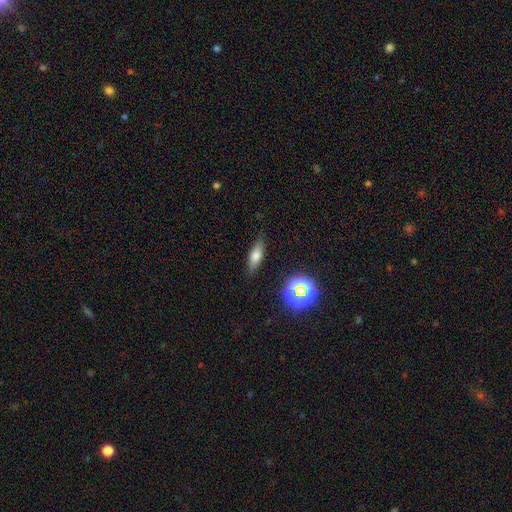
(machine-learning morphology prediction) Q: Smooth or featured?
A: smooth (62%); runner-up: featured or disk (25%)
Q: How rounded?
A: in between (51%); runner-up: cigar-shaped (44%)
Q: Merging?
A: none (84%); runner-up: minor disturbance (11%)